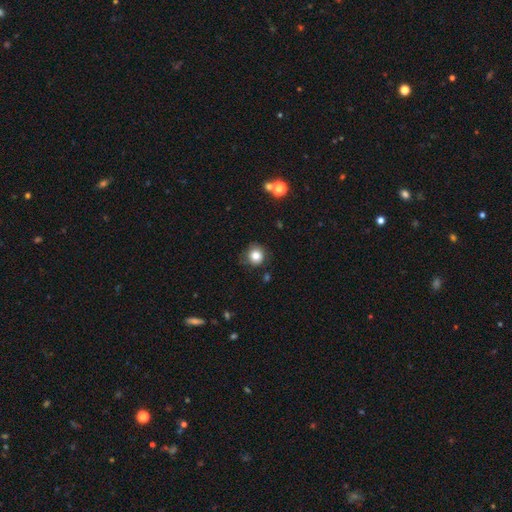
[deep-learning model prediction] Q: Smooth or featured?
A: smooth (82%); runner-up: star or artifact (11%)
Q: How rounded?
A: round (88%); runner-up: in between (11%)
Q: Merging?
A: none (75%); runner-up: minor disturbance (18%)